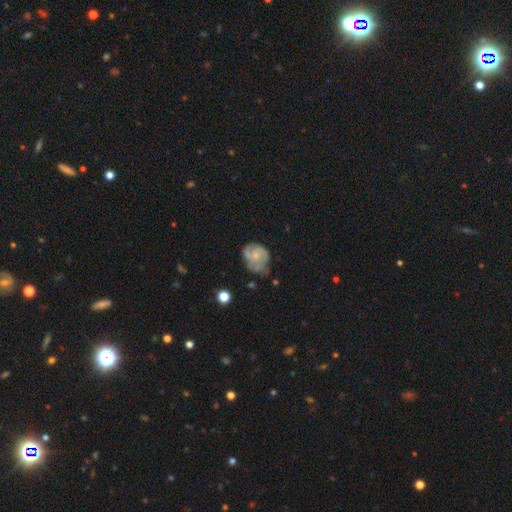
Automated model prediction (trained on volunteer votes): featured or disk 66%, smooth 27%, star or artifact 7%. Down the decision tree: edge-on disk — no (98%); bar — no (72%); spiral arms — yes (86%); spiral arm count — 2 (38%); spiral winding — medium (43%); bulge size — small (51%); merging — none (53%).